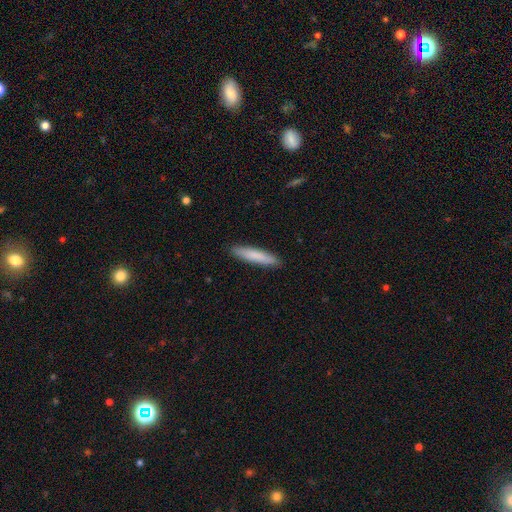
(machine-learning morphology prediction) Q: Smooth or featured?
A: smooth (82%); runner-up: featured or disk (13%)
Q: How rounded?
A: cigar-shaped (88%); runner-up: in between (11%)
Q: Merging?
A: none (90%); runner-up: minor disturbance (7%)